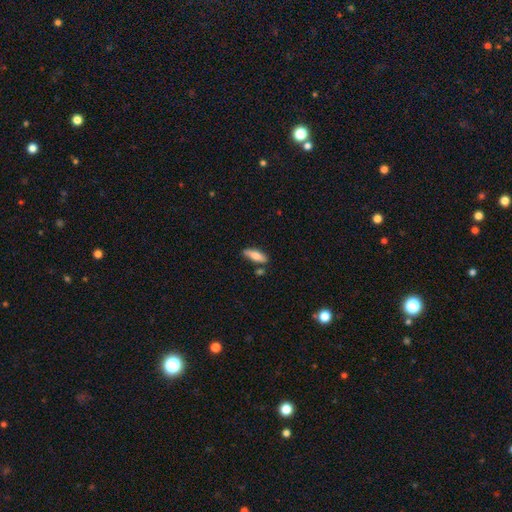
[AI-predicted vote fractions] Q: Smooth or featured?
A: smooth (73%); runner-up: featured or disk (21%)
Q: How rounded?
A: in between (60%); runner-up: cigar-shaped (38%)
Q: Merging?
A: none (76%); runner-up: minor disturbance (15%)